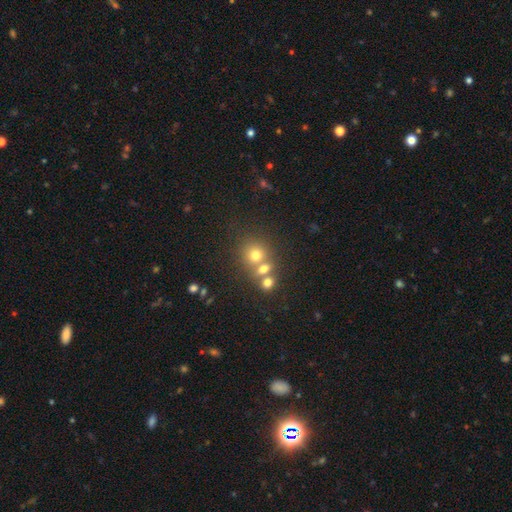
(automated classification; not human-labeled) Smooth or featured? Predicted: smooth (p=0.66). How rounded? Predicted: round (p=0.82). Merging? Predicted: none (p=0.49).